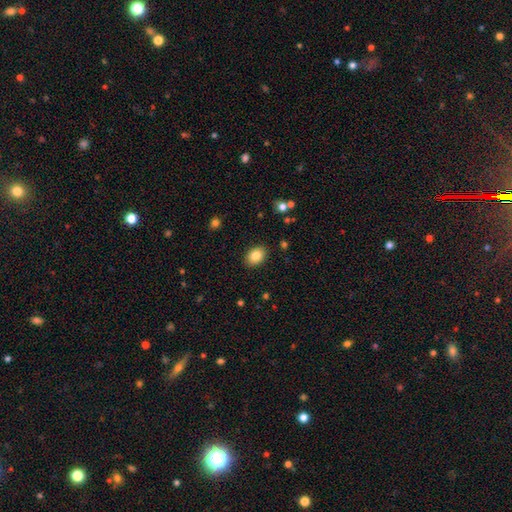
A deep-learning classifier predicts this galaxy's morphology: Smooth or featured: smooth — 84% (star or artifact — 8%)
How rounded: in between — 76% (round — 24%)
Merging: none — 89% (minor disturbance — 8%)